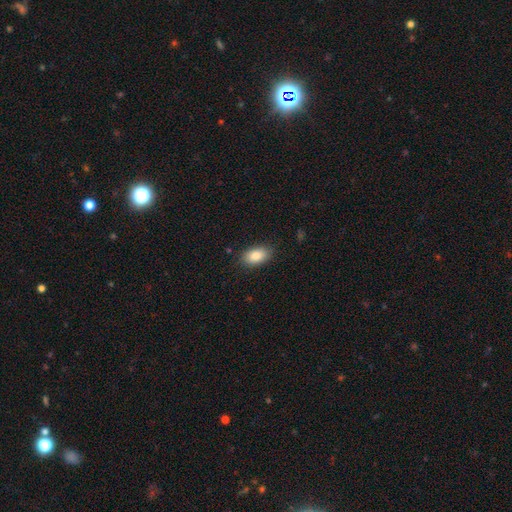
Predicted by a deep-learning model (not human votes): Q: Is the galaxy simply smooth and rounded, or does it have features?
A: smooth — 86%.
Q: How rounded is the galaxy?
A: in between — 91%.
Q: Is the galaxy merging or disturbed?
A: none — 86%.